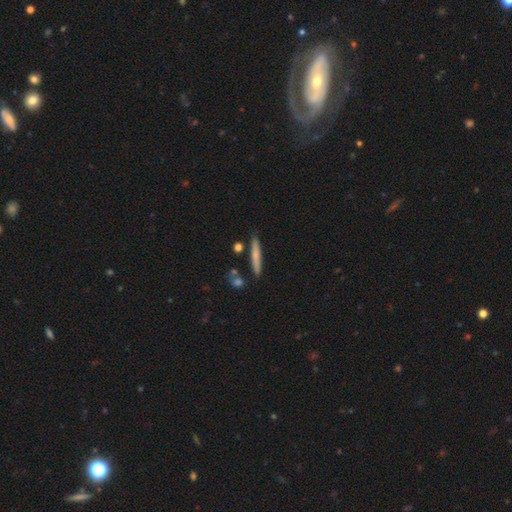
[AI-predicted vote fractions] Overall: smooth (68%). How rounded: cigar-shaped (94%). Merging: none (84%).